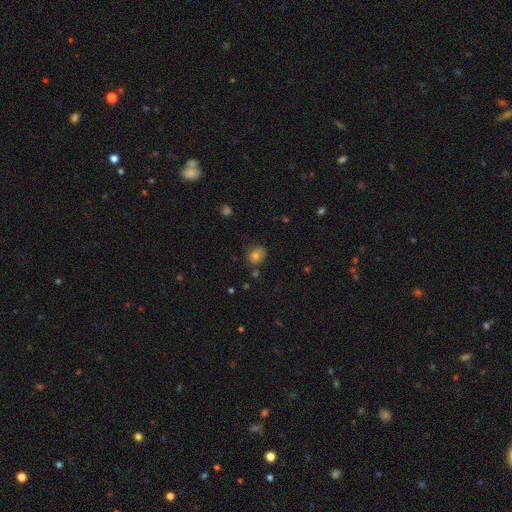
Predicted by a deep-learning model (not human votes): Smooth or featured: smooth — 76% (star or artifact — 13%)
How rounded: round — 61% (in between — 38%)
Merging: none — 70% (minor disturbance — 20%)